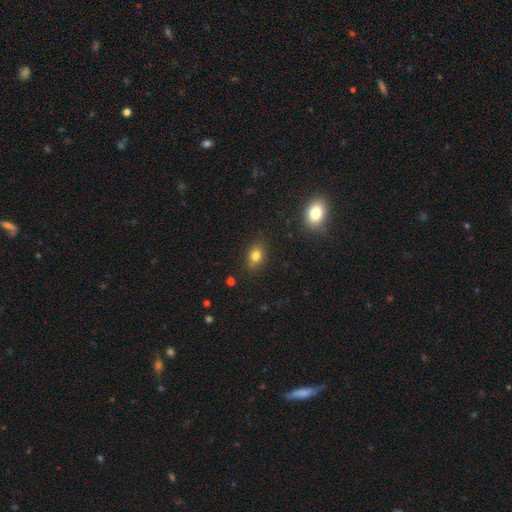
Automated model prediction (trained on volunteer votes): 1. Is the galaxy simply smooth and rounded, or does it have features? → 79% smooth, 12% star or artifact, 9% featured or disk.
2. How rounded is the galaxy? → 71% in between, 26% round, 2% cigar-shaped.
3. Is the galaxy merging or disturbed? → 83% none, 12% minor disturbance, 3% major disturbance, 2% merger.